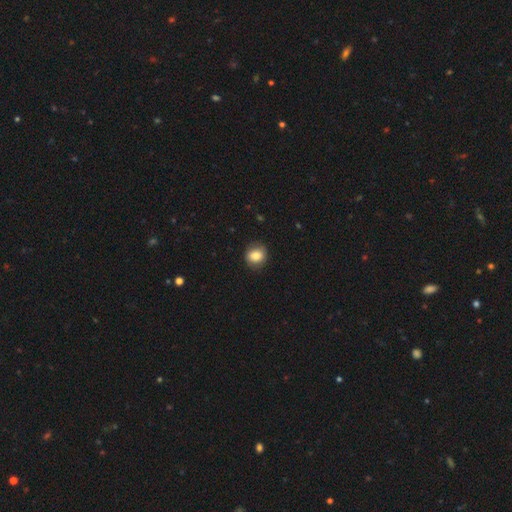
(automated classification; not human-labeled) This is likely a smooth galaxy (79%). How rounded: likely round (79%). Merging: clearly none (84%).